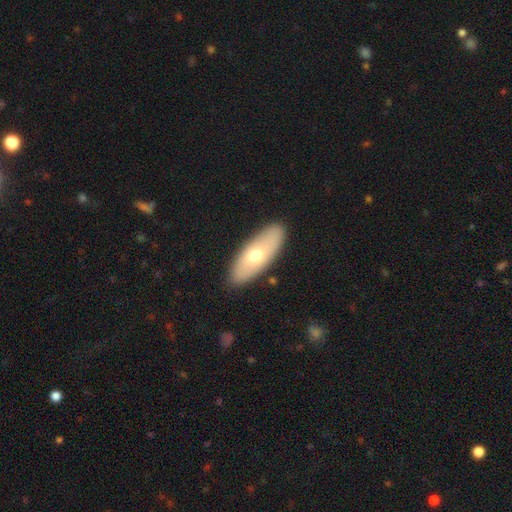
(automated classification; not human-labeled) smooth-or-featured: smooth: 59% | featured or disk: 35% | star or artifact: 6%
  how-rounded: in between: 76% | cigar-shaped: 21% | round: 3%
  merging: none: 88% | minor disturbance: 8% | major disturbance: 2% | merger: 1%